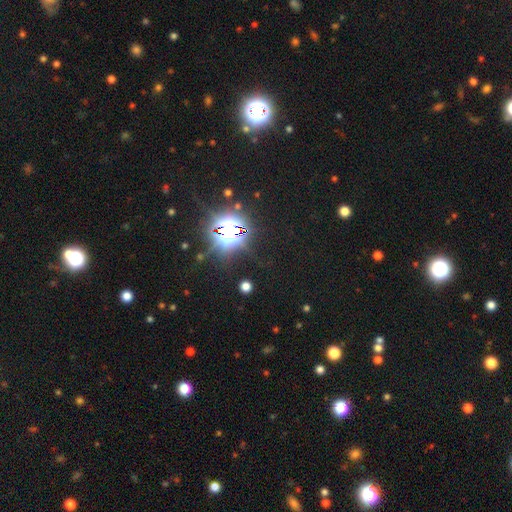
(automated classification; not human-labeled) This appears to be a star or artifact, not a galaxy (83%).